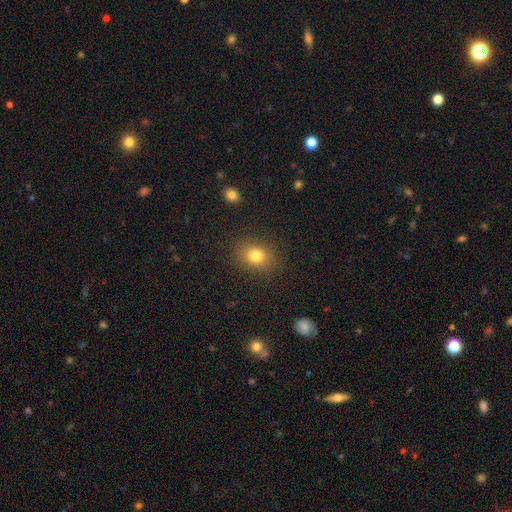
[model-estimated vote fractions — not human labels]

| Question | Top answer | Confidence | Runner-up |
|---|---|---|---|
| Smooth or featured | smooth | 80% | star or artifact (12%) |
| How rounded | in between | 54% | round (45%) |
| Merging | none | 86% | minor disturbance (9%) |